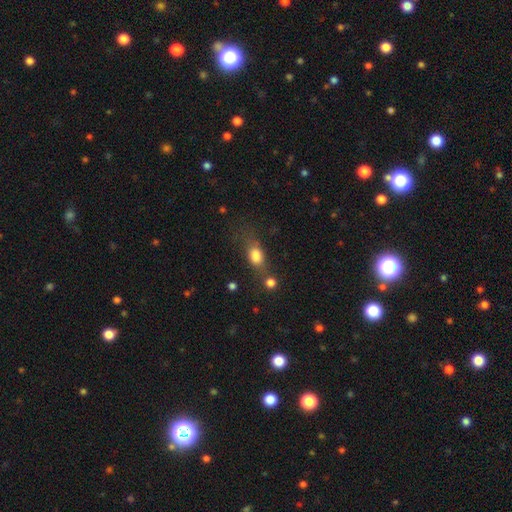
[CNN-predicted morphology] This appears to be a smooth galaxy with no disk features (79%) that is in between round and cigar-shaped (70%). Merging: none (47%).